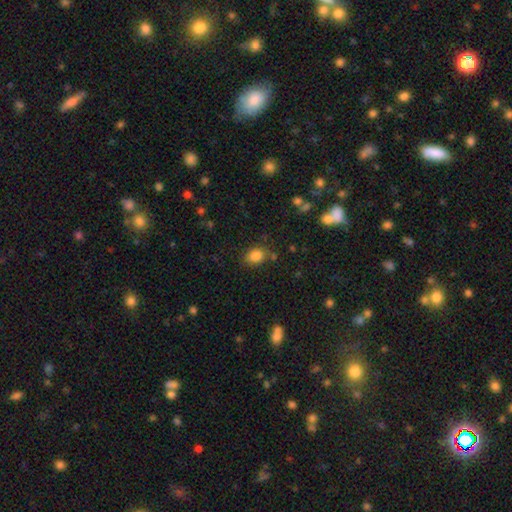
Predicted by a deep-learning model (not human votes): Overall: smooth (84%). How rounded: in between (61%; round 38%). Merging: none (76%).